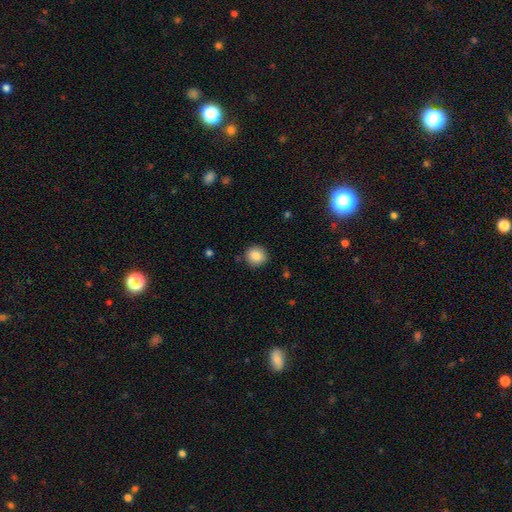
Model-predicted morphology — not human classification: type=smooth (86%); roundness=round (86%); merging=none (88%).